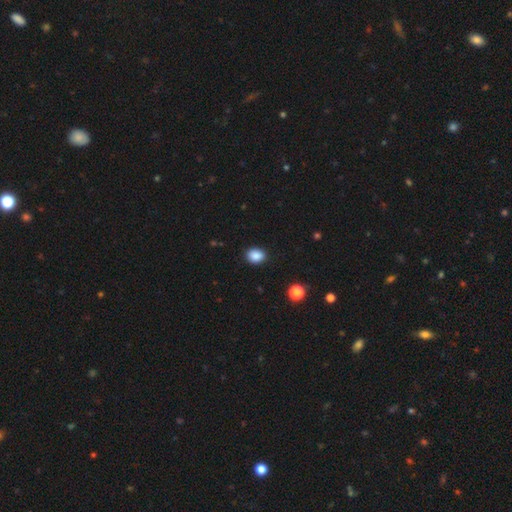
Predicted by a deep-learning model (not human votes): This is clearly a smooth galaxy (87%). How rounded: possibly in between (50%). Merging: clearly none (89%).